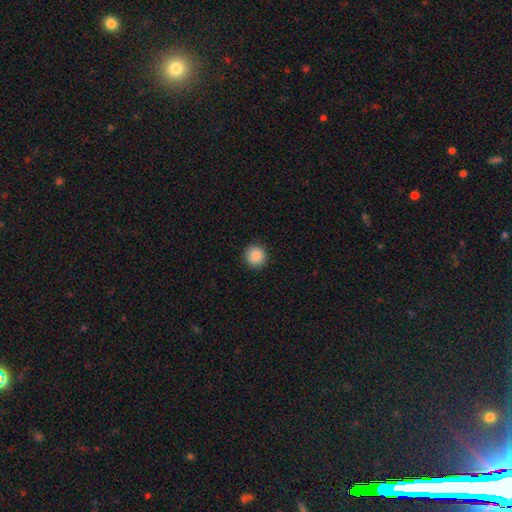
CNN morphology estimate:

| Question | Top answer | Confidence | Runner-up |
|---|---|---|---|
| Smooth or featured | smooth | 88% | star or artifact (8%) |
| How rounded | round | 92% | in between (7%) |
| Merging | none | 91% | minor disturbance (6%) |